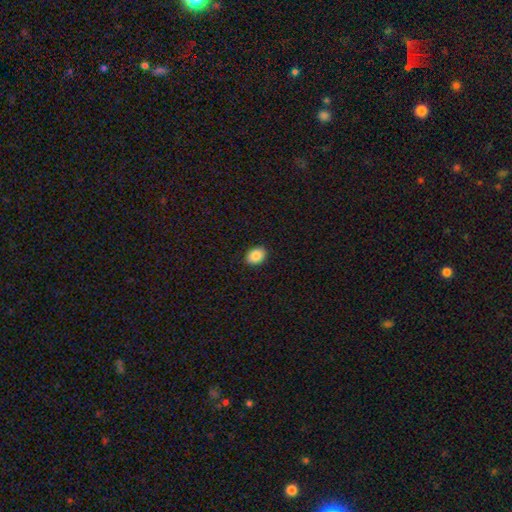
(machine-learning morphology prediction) smooth_or_featured: smooth (p=0.88) [alt: star or artifact p=0.08]
how_rounded: in between (p=0.66) [alt: round p=0.33]
merging: none (p=0.91) [alt: minor disturbance p=0.06]